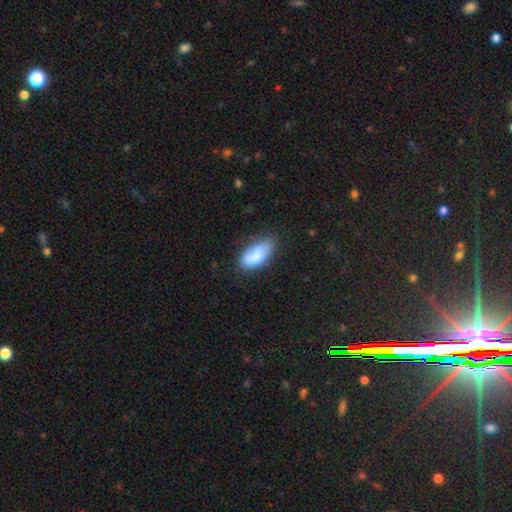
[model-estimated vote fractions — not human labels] Smooth or featured? Predicted: smooth (p=0.80). How rounded? Predicted: in between (p=0.89). Merging? Predicted: none (p=0.63).